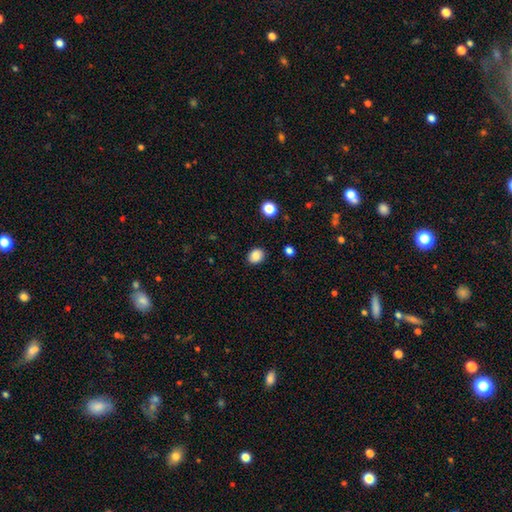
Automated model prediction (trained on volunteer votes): The model was most divided on "how rounded": round: 63%, in between: 36%, cigar-shaped: 1%. More confident: merging — none (87%); smooth or featured — smooth (86%).